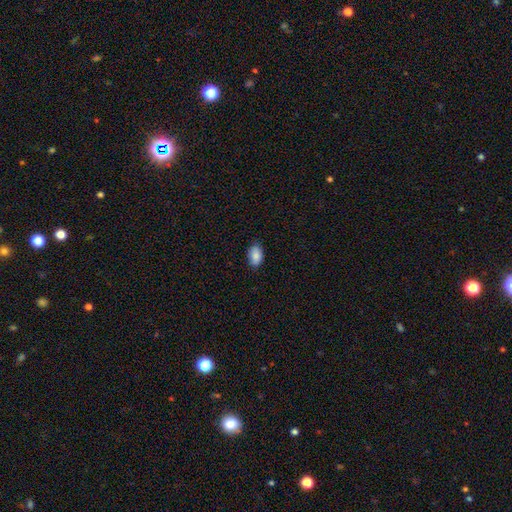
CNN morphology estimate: smooth_or_featured: smooth (p=0.87) [alt: star or artifact p=0.07]
how_rounded: in between (p=0.90) [alt: round p=0.08]
merging: none (p=0.82) [alt: minor disturbance p=0.15]